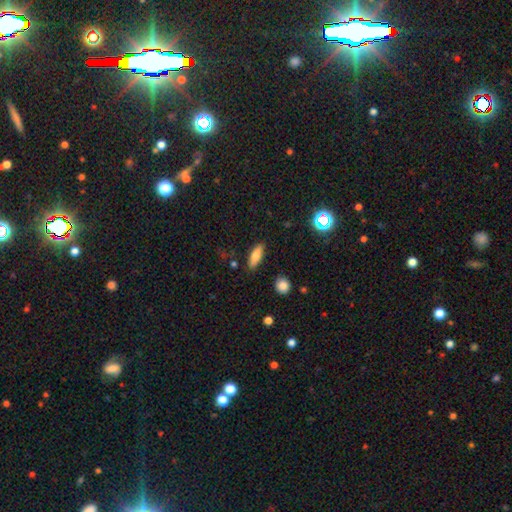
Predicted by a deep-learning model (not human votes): Smooth or featured?
  - smooth: 75% *
  - featured or disk: 16%
  - star or artifact: 9%
How rounded?
  - in between: 60% *
  - cigar-shaped: 37%
  - round: 3%
Merging?
  - none: 86% *
  - minor disturbance: 10%
  - major disturbance: 2%
  - merger: 2%